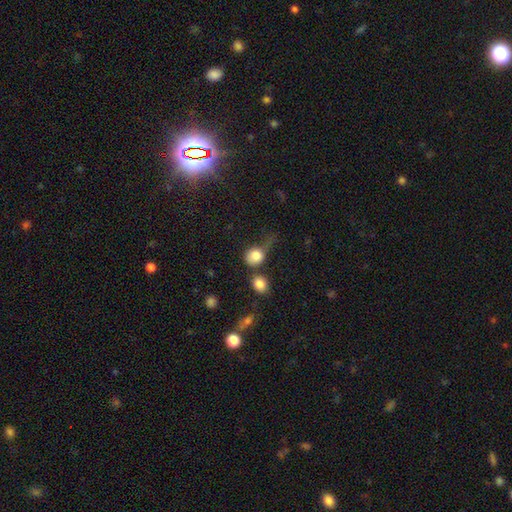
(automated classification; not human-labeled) This appears to be a smooth galaxy with no disk features (81%) that is round (70%). Merging: none (34%).